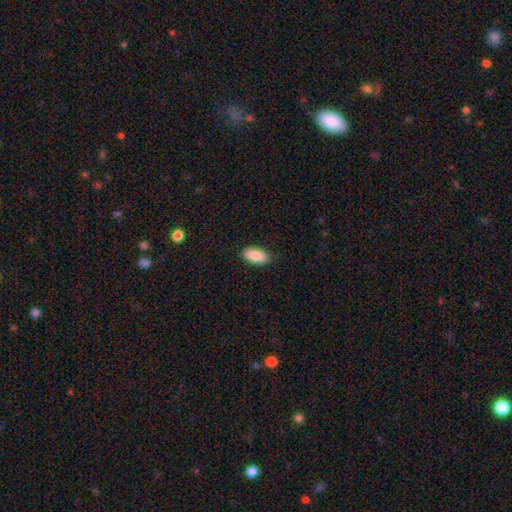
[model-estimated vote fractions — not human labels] smooth-or-featured: smooth: 87% | star or artifact: 7% | featured or disk: 7%
  how-rounded: in between: 94% | cigar-shaped: 3% | round: 3%
  merging: none: 86% | minor disturbance: 11% | major disturbance: 2% | merger: 1%